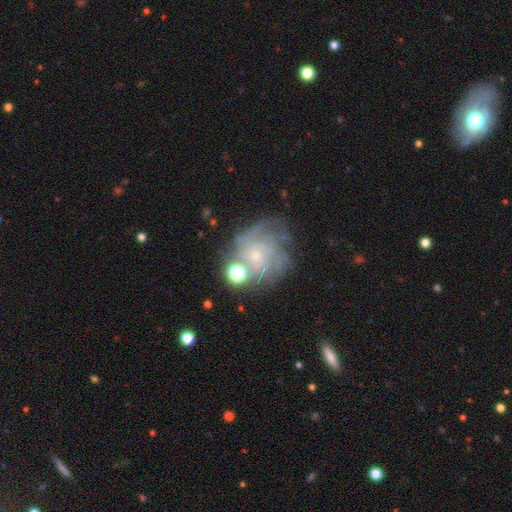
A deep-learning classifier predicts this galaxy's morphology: This is likely a featured or disk galaxy (72%). It is clearly not viewed edge-on (97%). Bar: likely no (74%). Spiral arm pattern: clearly yes (86%). Spiral arm count: marginally can't tell (45%). Spiral winding: possibly tight (57%). Central bulge: likely small (74%). Merging: possibly none (57%).